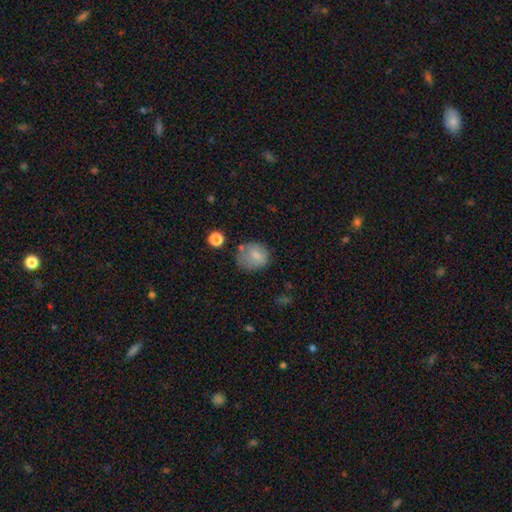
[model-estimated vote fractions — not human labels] Overall: smooth (76%). How rounded: round (68%; in between 31%). Merging: none (56%; minor disturbance 26%).